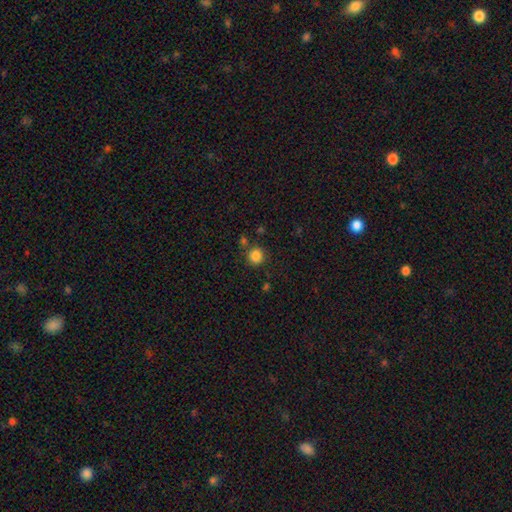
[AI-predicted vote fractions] A smooth galaxy with no disk features (85%) that is round (91%).

Vote fractions:
- Smooth or featured? smooth: 85% / star or artifact: 11% / featured or disk: 4%
- How rounded? round: 91% / in between: 8% / cigar-shaped: 1%
- Merging? none: 81% / minor disturbance: 9% / merger: 7% / major disturbance: 3%